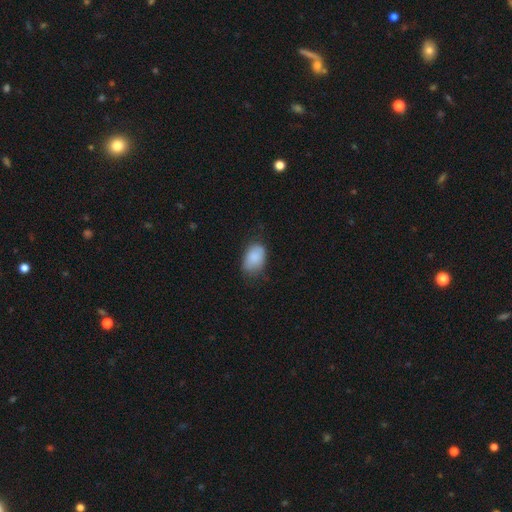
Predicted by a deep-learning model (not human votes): A smooth galaxy with no disk features (86%) that is in between round and cigar-shaped (86%). Merging: none (62%).